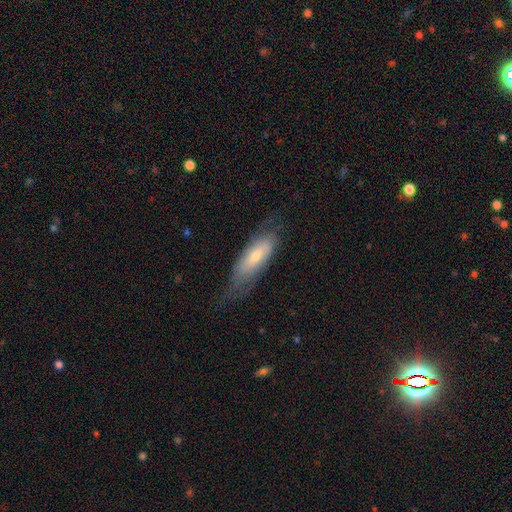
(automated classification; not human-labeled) Morphology: type=smooth (49%); merging=none (56%).